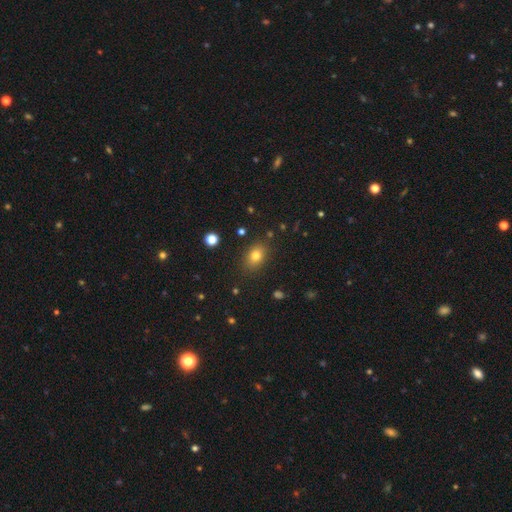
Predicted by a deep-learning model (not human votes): Overall: smooth (78%). How rounded: in between (72%). Merging: none (84%).